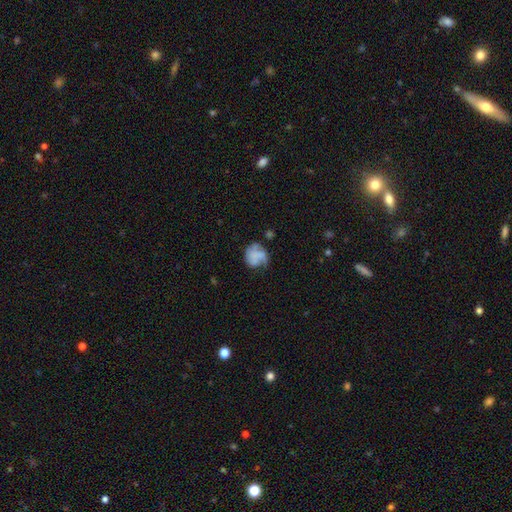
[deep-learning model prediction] Overall: smooth (51%; featured or disk 39%). How rounded: round (66%; in between 33%). Merging: none (44%; minor disturbance 28%).